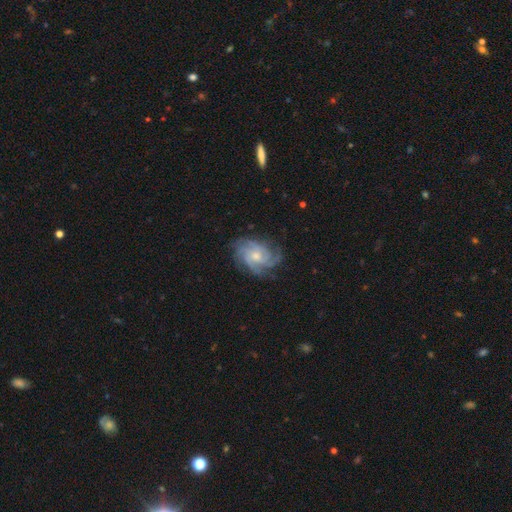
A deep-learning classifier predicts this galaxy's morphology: Smooth or featured: featured or disk — 86% (smooth — 8%)
Edge-on disk: no — 98% (yes — 2%)
Bar: no — 70% (weak — 26%)
Spiral arms: yes — 97% (no — 3%)
Spiral winding: tight — 59% (medium — 34%)
Spiral arm count: 4 — 32% (can't tell — 21%)
Bulge size: moderate — 55% (small — 38%)
Merging: none — 76% (minor disturbance — 17%)